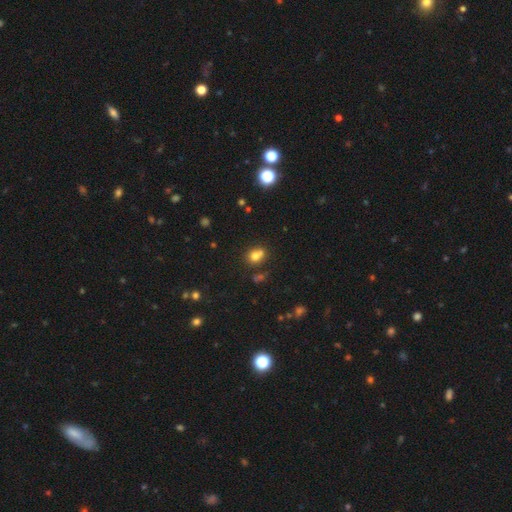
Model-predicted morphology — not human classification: Overall: smooth (74%). How rounded: round (58%; in between 41%). Merging: none (54%; merger 27%).